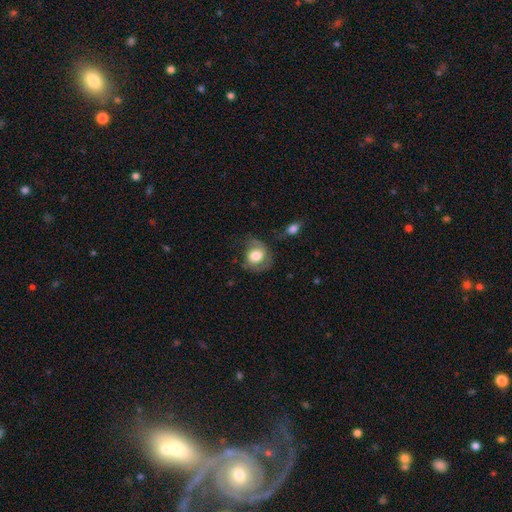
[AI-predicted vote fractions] The model was most divided on "merging": none: 48%, minor disturbance: 28%, major disturbance: 20%, merger: 4%. More confident: how rounded — round (62%); smooth or featured — smooth (60%).